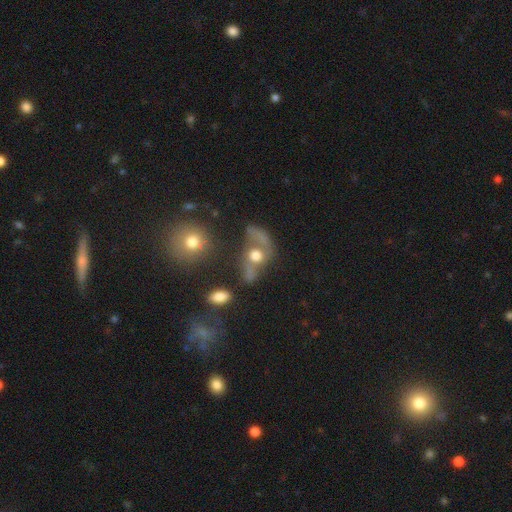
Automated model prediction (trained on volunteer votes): A featured or disk galaxy (48%). Merging: none (31%).